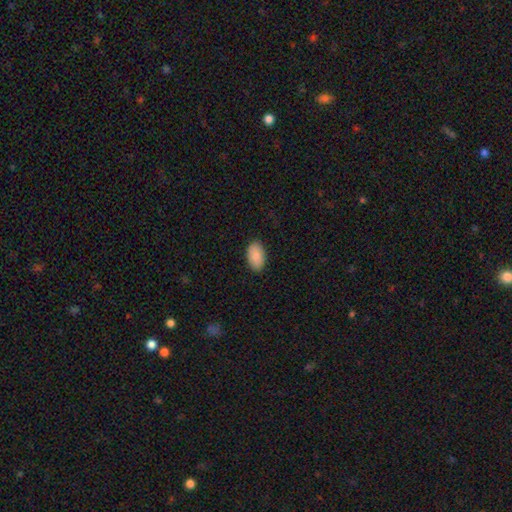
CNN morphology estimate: type=smooth (87%); roundness=in between (94%); merging=none (89%).